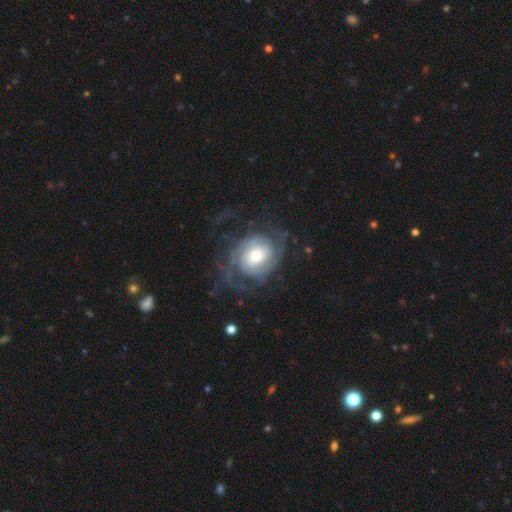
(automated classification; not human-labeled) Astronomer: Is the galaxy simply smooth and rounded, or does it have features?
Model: featured or disk — 83%.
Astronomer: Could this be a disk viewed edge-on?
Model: no — 97%.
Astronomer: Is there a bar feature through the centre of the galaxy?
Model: no — 62%.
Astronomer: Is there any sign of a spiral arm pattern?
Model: yes — 94%.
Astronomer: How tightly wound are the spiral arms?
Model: tight — 53% (runner-up: medium, 34%).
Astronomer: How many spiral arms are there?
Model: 2 — 41% (runner-up: can't tell, 25%).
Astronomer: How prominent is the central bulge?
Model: moderate — 54%.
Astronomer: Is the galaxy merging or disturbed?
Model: none — 59%.